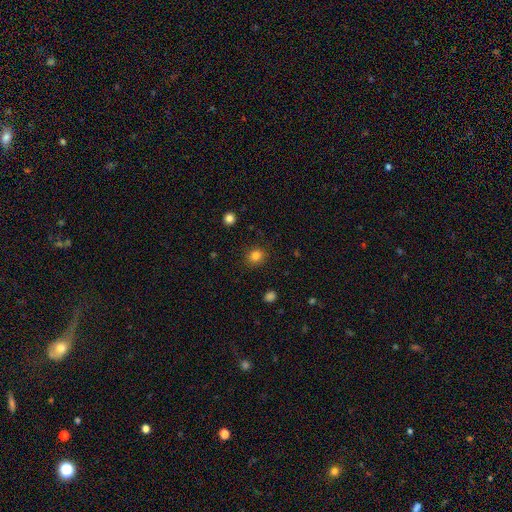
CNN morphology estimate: A smooth galaxy with no disk features (83%) that is round (79%). Merging: none (89%).